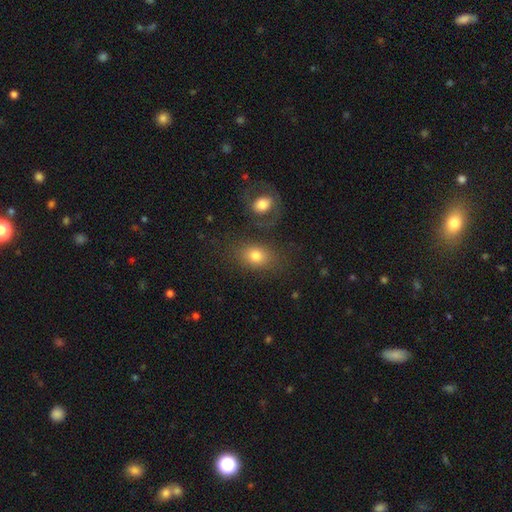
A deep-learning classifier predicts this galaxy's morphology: Smooth or featured?
  - smooth: 76% *
  - featured or disk: 13%
  - star or artifact: 11%
How rounded?
  - in between: 63% *
  - round: 36%
  - cigar-shaped: 1%
Merging?
  - none: 69% *
  - merger: 13%
  - minor disturbance: 12%
  - major disturbance: 6%